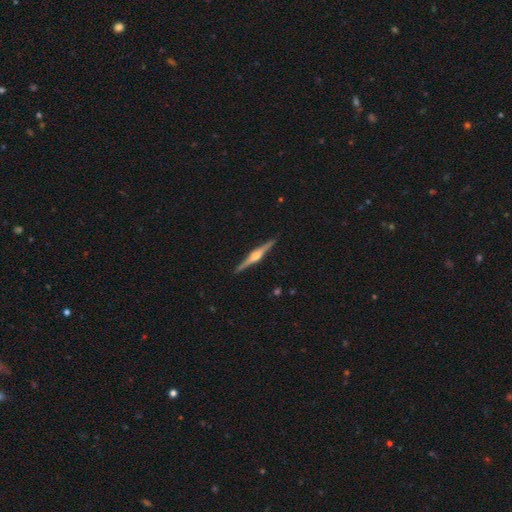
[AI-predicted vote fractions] A featured or disk galaxy (85%) viewed edge-on (99%) with a rounded central bulge (90%). Merging: none (92%).